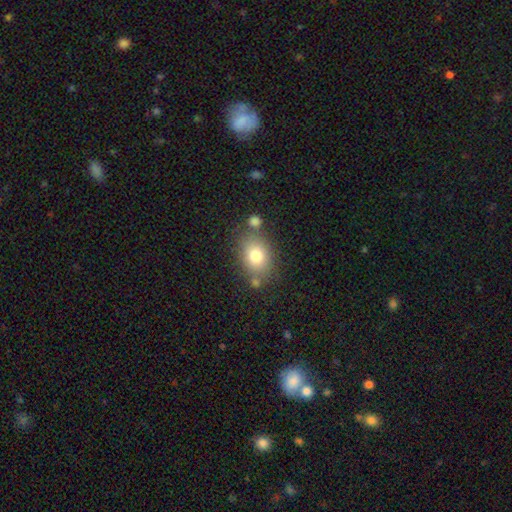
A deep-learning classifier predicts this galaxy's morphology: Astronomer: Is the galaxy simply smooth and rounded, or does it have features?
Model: smooth — 77%.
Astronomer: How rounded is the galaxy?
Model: in between — 67%.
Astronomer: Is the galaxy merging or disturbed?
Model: none — 67%.